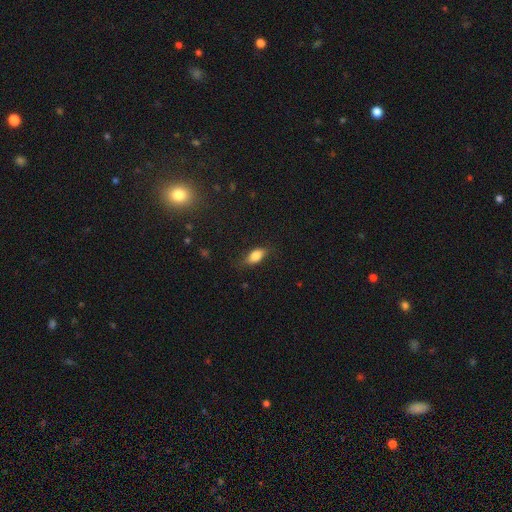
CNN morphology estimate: The model was most divided on "merging": none: 74%, minor disturbance: 19%, major disturbance: 5%, merger: 1%. More confident: how rounded — in between (84%); smooth or featured — smooth (80%).